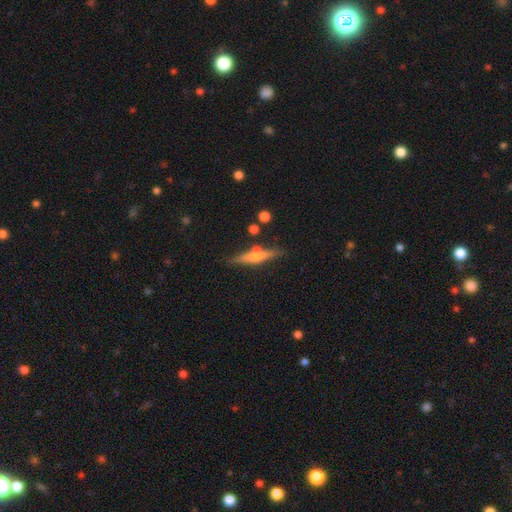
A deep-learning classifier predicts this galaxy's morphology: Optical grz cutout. It shows a featured or disk galaxy (57%) viewed edge-on (95%) with a rounded central bulge (82%). Merging: none (77%).